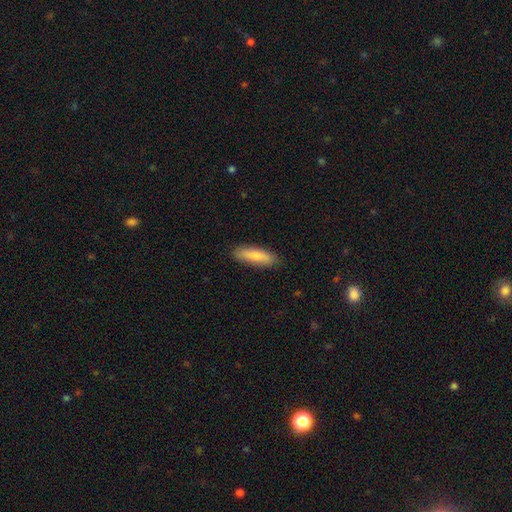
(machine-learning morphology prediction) type=smooth (80%); roundness=cigar-shaped (56%); merging=none (86%).